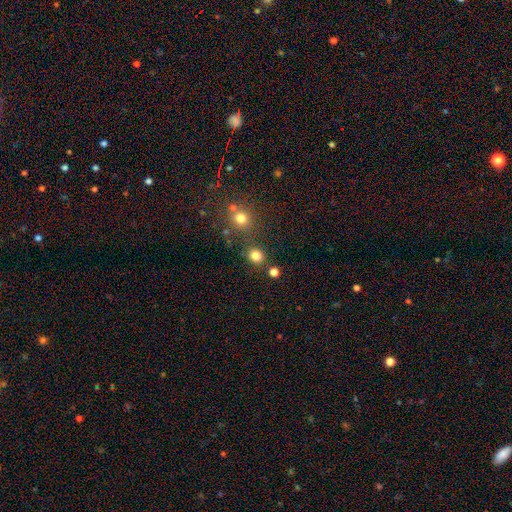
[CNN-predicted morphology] This is clearly a smooth galaxy (80%). How rounded: clearly round (82%). Merging: clearly none (80%).